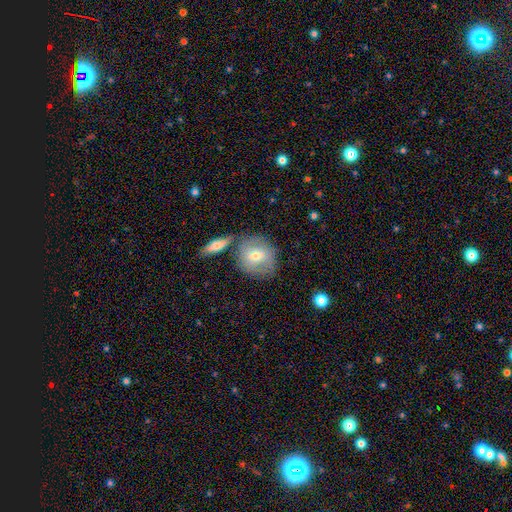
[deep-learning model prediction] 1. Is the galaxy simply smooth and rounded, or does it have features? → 56% smooth, 36% featured or disk, 7% star or artifact.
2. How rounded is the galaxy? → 80% round, 18% in between, 2% cigar-shaped.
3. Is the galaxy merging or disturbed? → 63% none, 17% merger, 16% minor disturbance, 5% major disturbance.